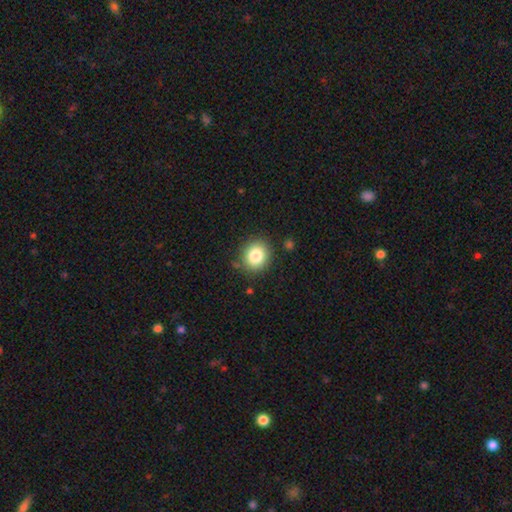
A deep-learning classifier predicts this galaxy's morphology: A smooth galaxy with no disk features (82%) that is round (79%).

Vote fractions:
- Smooth or featured? smooth: 82% / star or artifact: 10% / featured or disk: 7%
- How rounded? round: 79% / in between: 20% / cigar-shaped: 1%
- Merging? none: 85% / minor disturbance: 10% / major disturbance: 3% / merger: 2%